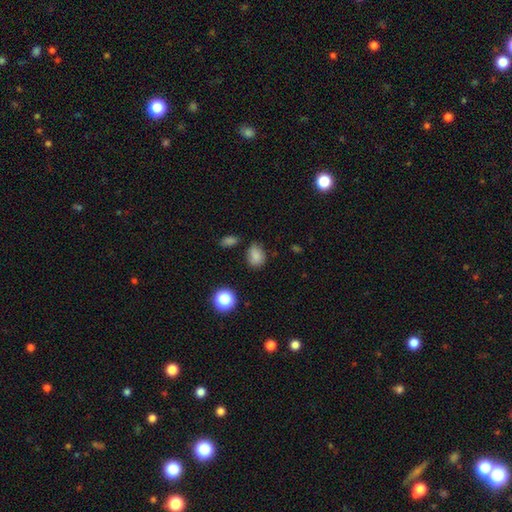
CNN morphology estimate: smooth-or-featured: smooth: 80% | star or artifact: 12% | featured or disk: 7%
  how-rounded: in between: 57% | round: 42% | cigar-shaped: 1%
  merging: none: 66% | minor disturbance: 25% | major disturbance: 6% | merger: 4%